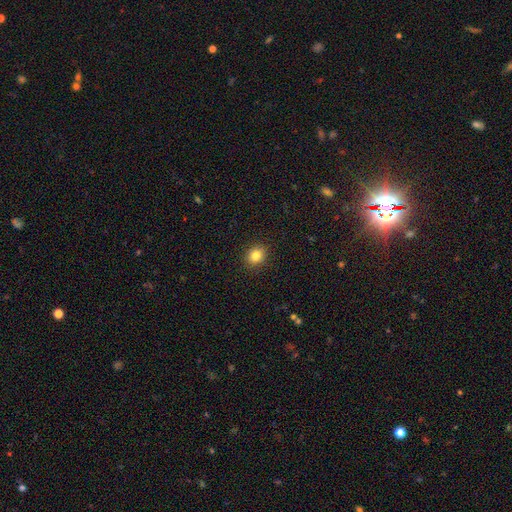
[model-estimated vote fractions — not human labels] A smooth galaxy with no disk features (83%) that is round (64%). Merging: none (91%).